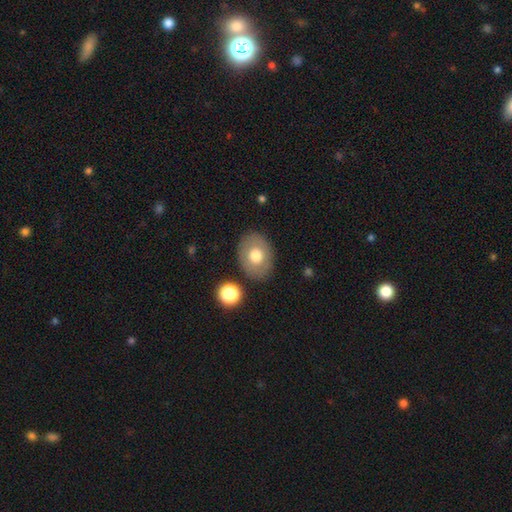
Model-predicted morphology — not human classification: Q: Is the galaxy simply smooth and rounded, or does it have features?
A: smooth — 70%.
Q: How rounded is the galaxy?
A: in between — 67%.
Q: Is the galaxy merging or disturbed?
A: none — 84%.